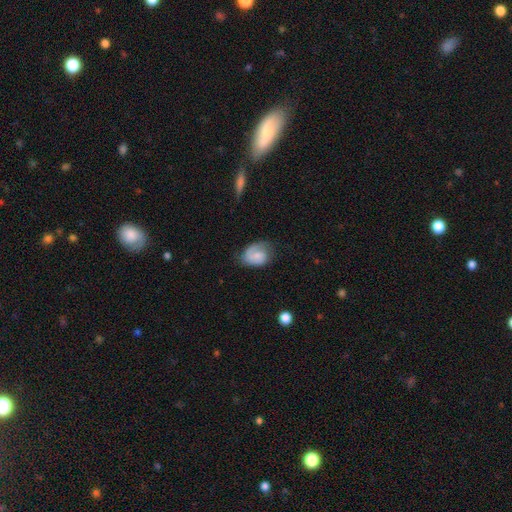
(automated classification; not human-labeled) Smooth or featured? smooth (47%)
Merging? none (51%)